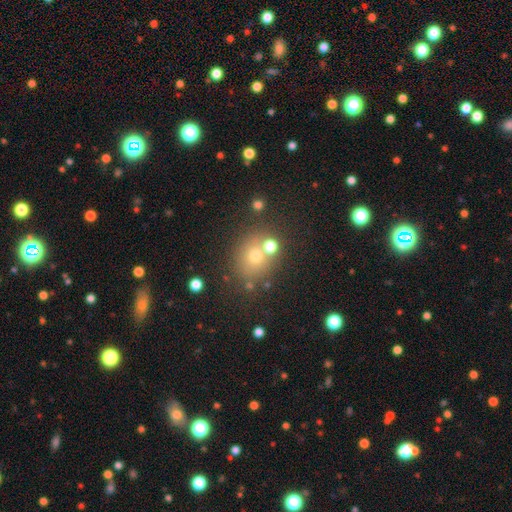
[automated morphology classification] Smooth or featured? Predicted: smooth (p=0.65). How rounded? Predicted: round (p=0.75). Merging? Predicted: none (p=0.67).